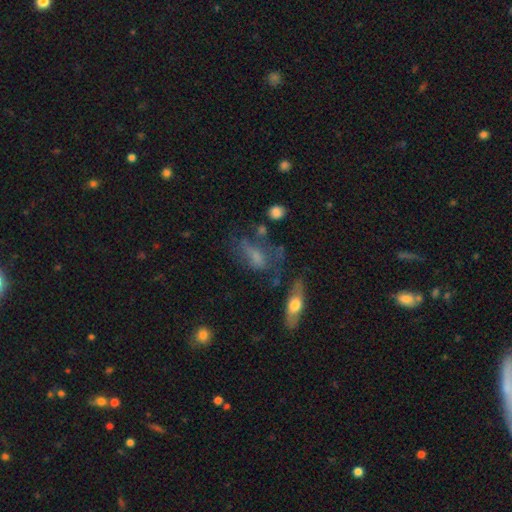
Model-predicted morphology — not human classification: smooth-or-featured: smooth: 44% | featured or disk: 40% | star or artifact: 16%
  merging: none: 42% | major disturbance: 25% | minor disturbance: 23% | merger: 10%